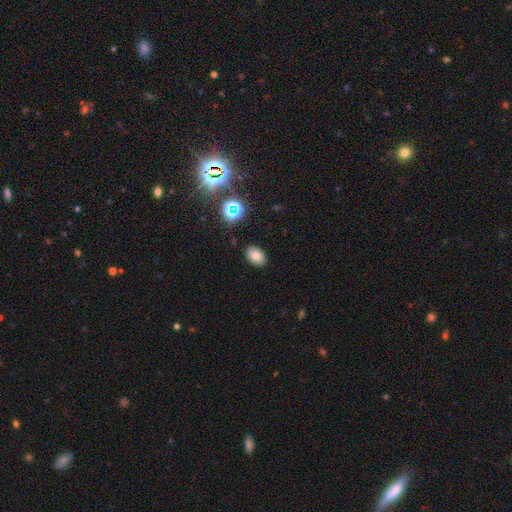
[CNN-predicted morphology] Smooth or featured? smooth (74%)
How rounded? in between (87%)
Merging? none (88%)